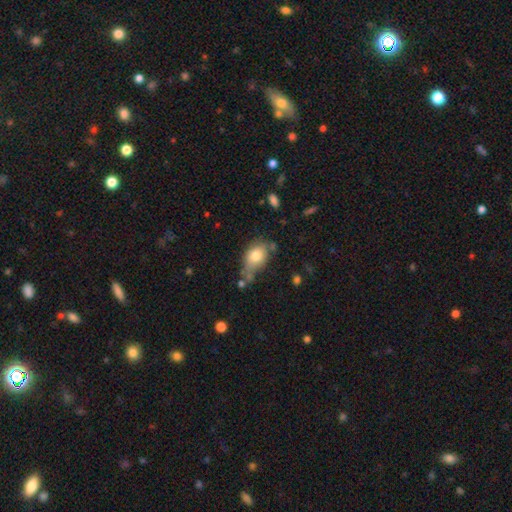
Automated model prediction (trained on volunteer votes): This appears to be a smooth galaxy with no disk features (77%) that is in between round and cigar-shaped (81%). Merging: none (43%).